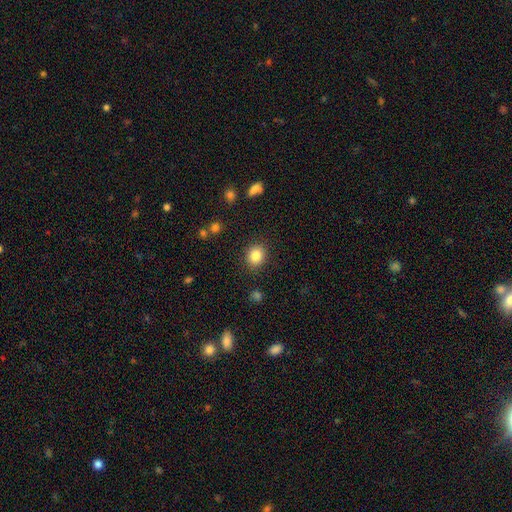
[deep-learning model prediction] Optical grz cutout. It shows a smooth galaxy with no disk features (84%) that is round (72%). Merging: none (88%).